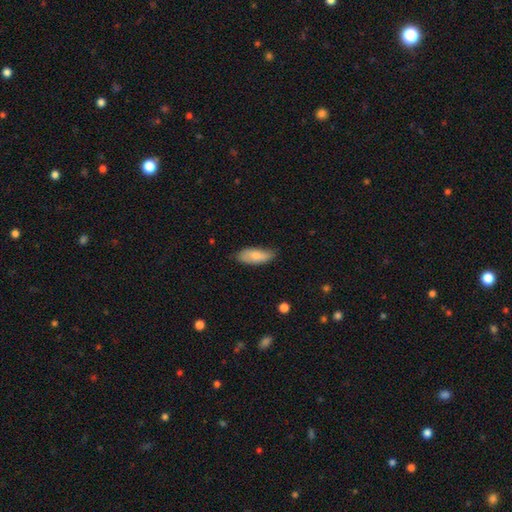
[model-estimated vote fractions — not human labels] Overall: smooth (79%). How rounded: in between (80%). Merging: none (71%).